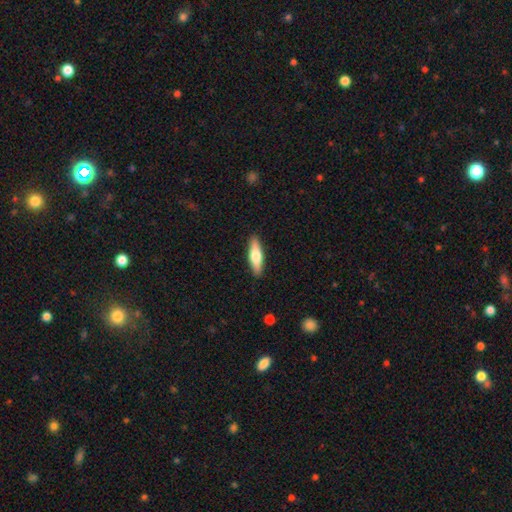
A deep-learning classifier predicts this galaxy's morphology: Overall: smooth (62%; featured or disk 33%). How rounded: cigar-shaped (62%; in between 36%). Merging: none (90%).